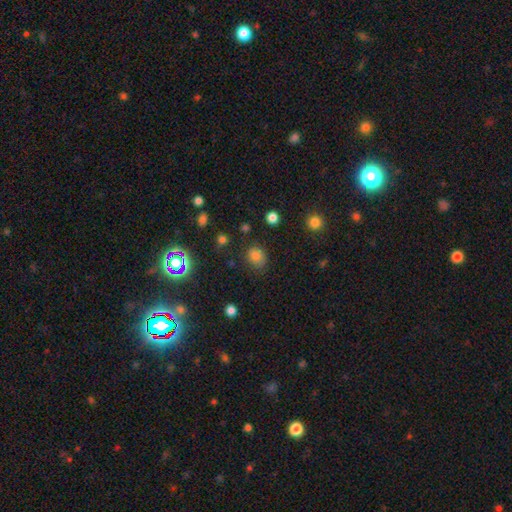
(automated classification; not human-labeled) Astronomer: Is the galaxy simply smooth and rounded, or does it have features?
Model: smooth — 76%.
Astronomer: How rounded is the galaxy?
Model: round — 63%.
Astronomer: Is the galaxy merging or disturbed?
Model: none — 77%.